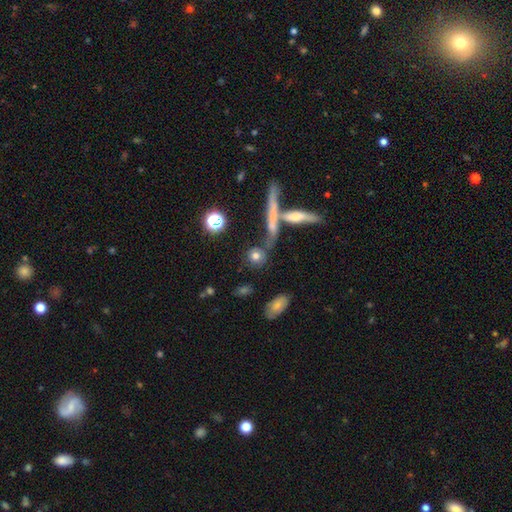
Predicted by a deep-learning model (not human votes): Smooth or featured? smooth (71%)
How rounded? round (71%)
Merging? none (63%)